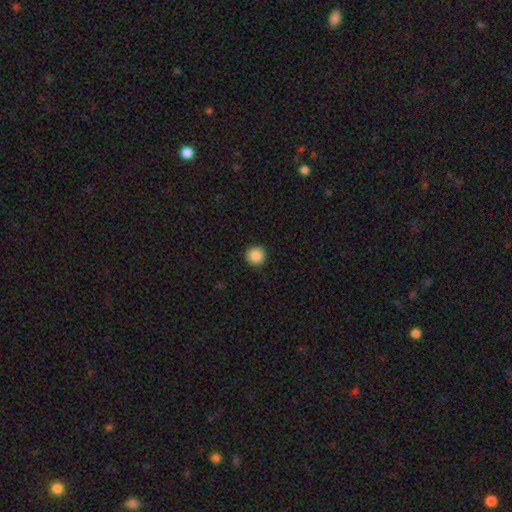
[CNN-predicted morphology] Smooth or featured? Predicted: smooth (p=0.87). How rounded? Predicted: round (p=0.96). Merging? Predicted: none (p=0.91).